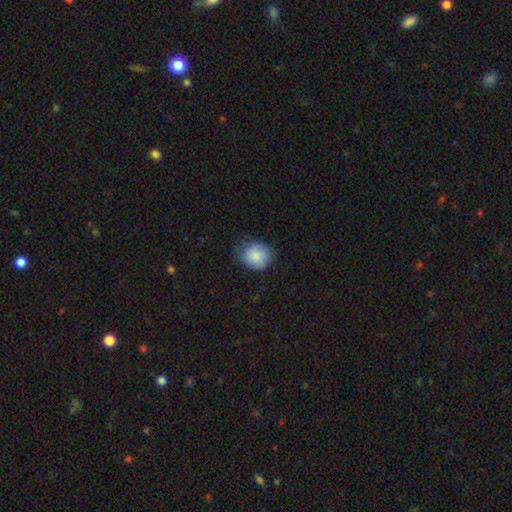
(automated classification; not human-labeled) smooth 87%, star or artifact 7%, featured or disk 6%. Down the decision tree: how rounded — round (73%); merging — none (65%).